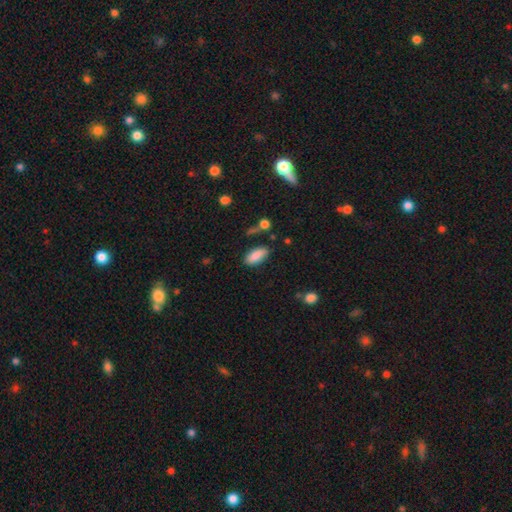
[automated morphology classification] Smooth or featured: smooth — 86% (star or artifact — 7%)
How rounded: in between — 87% (cigar-shaped — 11%)
Merging: none — 76% (minor disturbance — 16%)